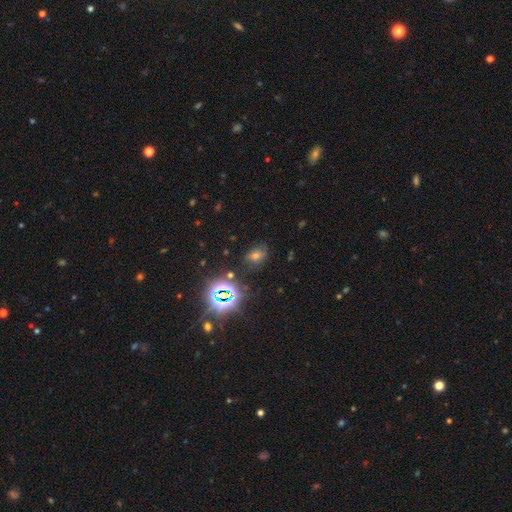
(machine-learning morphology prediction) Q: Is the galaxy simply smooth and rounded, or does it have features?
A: smooth — 43%.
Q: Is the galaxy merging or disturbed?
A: none — 74%.